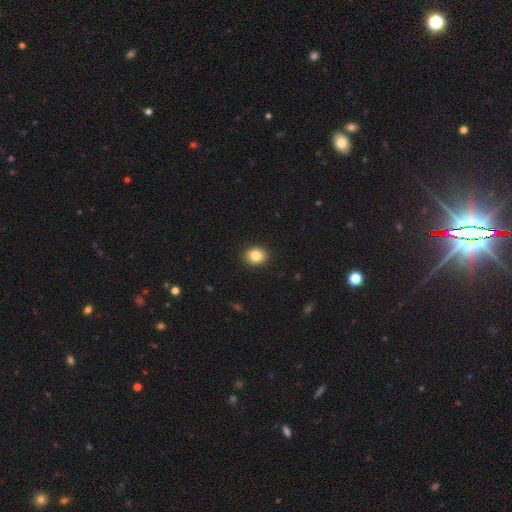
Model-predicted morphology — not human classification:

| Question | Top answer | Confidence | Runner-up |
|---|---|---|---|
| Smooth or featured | smooth | 85% | star or artifact (9%) |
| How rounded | round | 59% | in between (40%) |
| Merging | none | 92% | minor disturbance (6%) |